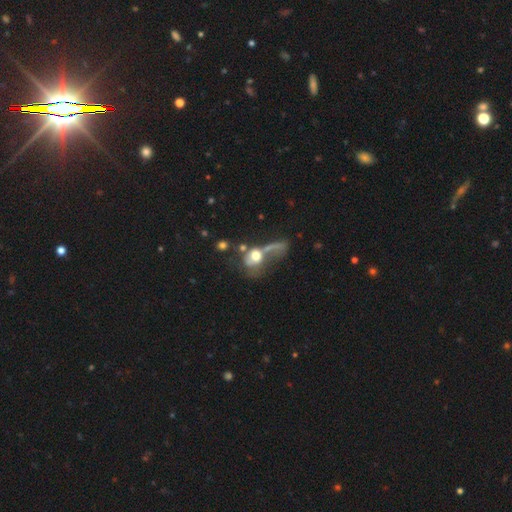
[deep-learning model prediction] smooth 51%, featured or disk 38%, star or artifact 11%. Down the decision tree: how rounded — in between (51%); merging — major disturbance (50%).